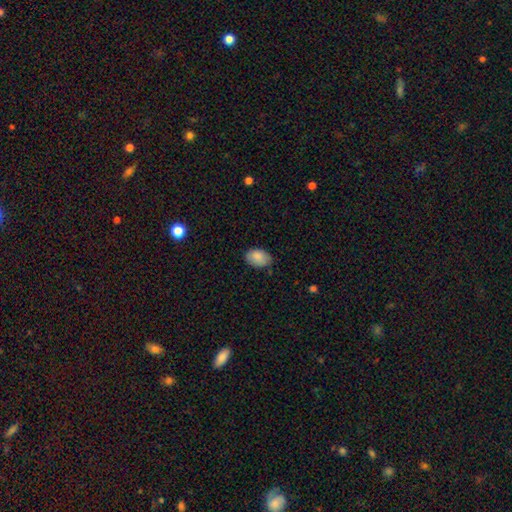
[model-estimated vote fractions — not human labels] Smooth or featured?
  - smooth: 86% *
  - star or artifact: 7%
  - featured or disk: 7%
How rounded?
  - in between: 86% *
  - round: 13%
  - cigar-shaped: 1%
Merging?
  - none: 80% *
  - minor disturbance: 16%
  - major disturbance: 3%
  - merger: 1%